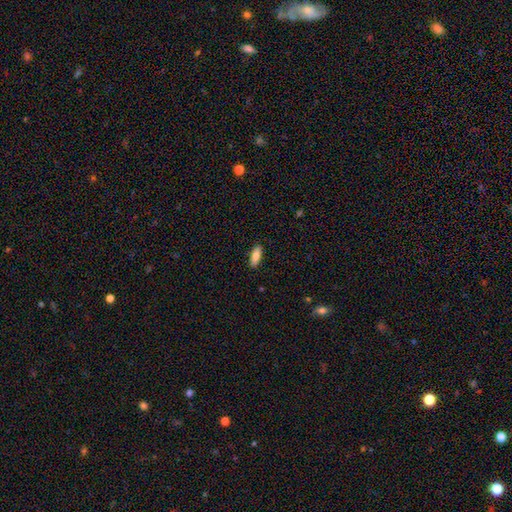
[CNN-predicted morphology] smooth_or_featured: smooth (p=0.80) [alt: featured or disk p=0.14]
how_rounded: in between (p=0.75) [alt: cigar-shaped p=0.23]
merging: none (p=0.89) [alt: minor disturbance p=0.08]